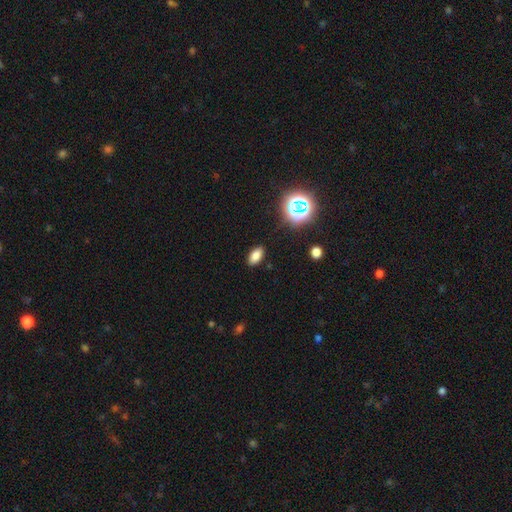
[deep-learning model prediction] This is likely a smooth galaxy (78%). How rounded: clearly in between (90%). Merging: clearly none (89%).